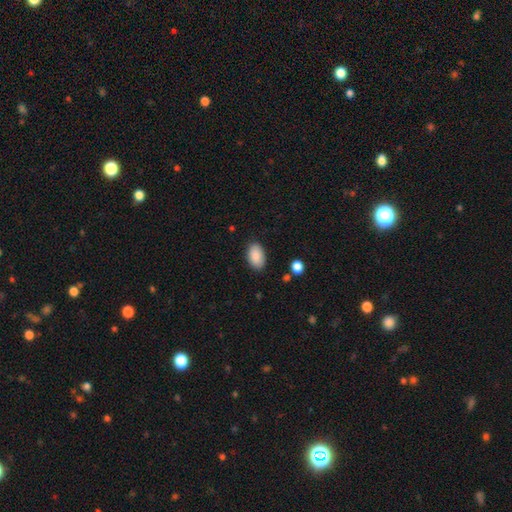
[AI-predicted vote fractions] This appears to be a smooth galaxy with no disk features (89%) that is in between round and cigar-shaped (93%). Merging: none (86%).